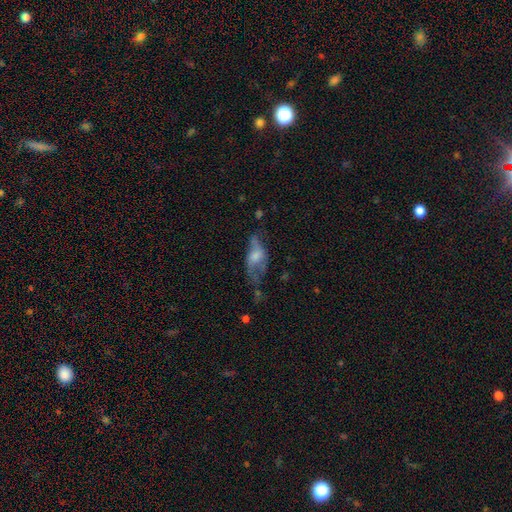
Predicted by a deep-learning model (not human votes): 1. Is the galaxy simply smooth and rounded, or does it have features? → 47% smooth, 44% featured or disk, 9% star or artifact.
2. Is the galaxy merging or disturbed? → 42% major disturbance, 26% minor disturbance, 25% none, 7% merger.